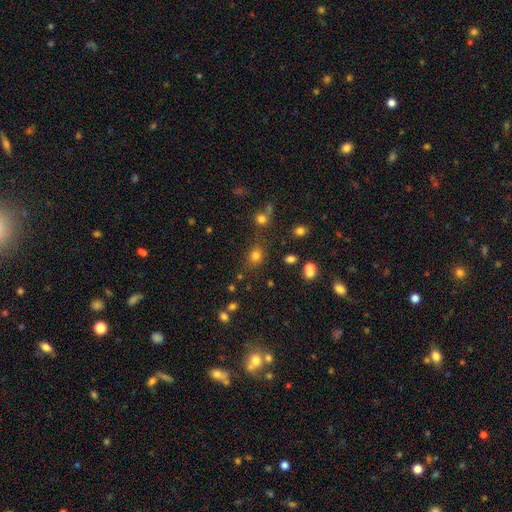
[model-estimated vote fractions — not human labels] Smooth or featured?
  - smooth: 75% *
  - star or artifact: 18%
  - featured or disk: 7%
How rounded?
  - round: 59% *
  - in between: 40%
  - cigar-shaped: 1%
Merging?
  - none: 76% *
  - minor disturbance: 12%
  - merger: 7%
  - major disturbance: 5%